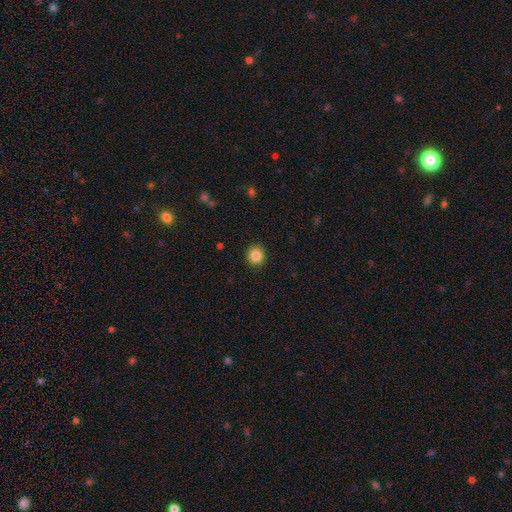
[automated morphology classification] Q: Smooth or featured?
A: smooth (86%); runner-up: star or artifact (10%)
Q: How rounded?
A: round (88%); runner-up: in between (11%)
Q: Merging?
A: none (91%); runner-up: minor disturbance (6%)